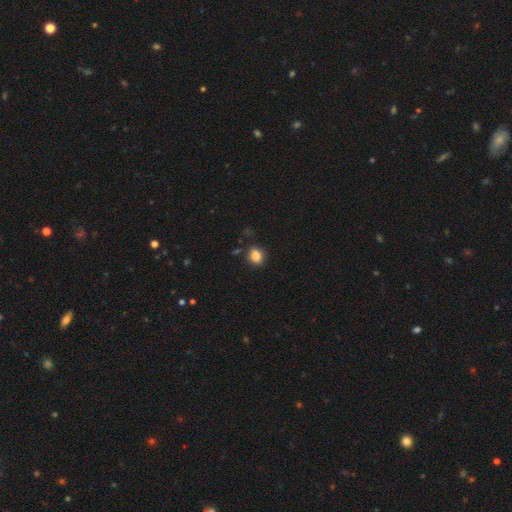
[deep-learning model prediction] Smooth or featured: smooth — 86% (star or artifact — 10%)
How rounded: in between — 56% (round — 43%)
Merging: none — 83% (minor disturbance — 11%)